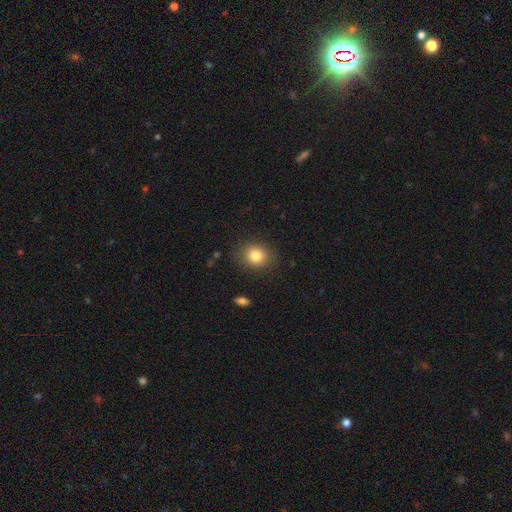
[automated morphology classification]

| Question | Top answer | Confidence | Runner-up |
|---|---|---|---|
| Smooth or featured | smooth | 82% | star or artifact (10%) |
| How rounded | round | 64% | in between (35%) |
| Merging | none | 85% | minor disturbance (10%) |